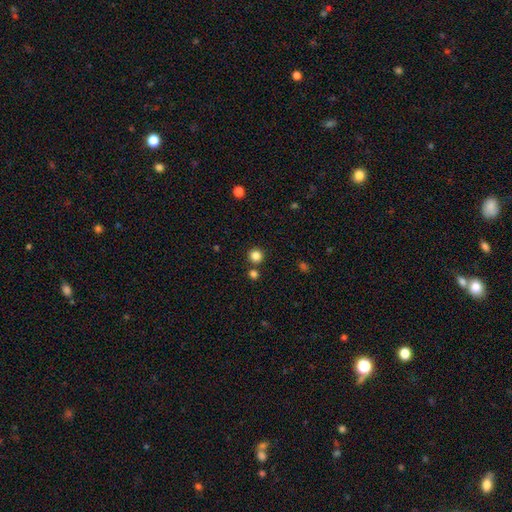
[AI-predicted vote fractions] Q: Smooth or featured?
A: smooth (83%); runner-up: star or artifact (13%)
Q: How rounded?
A: round (95%); runner-up: in between (4%)
Q: Merging?
A: none (85%); runner-up: merger (8%)